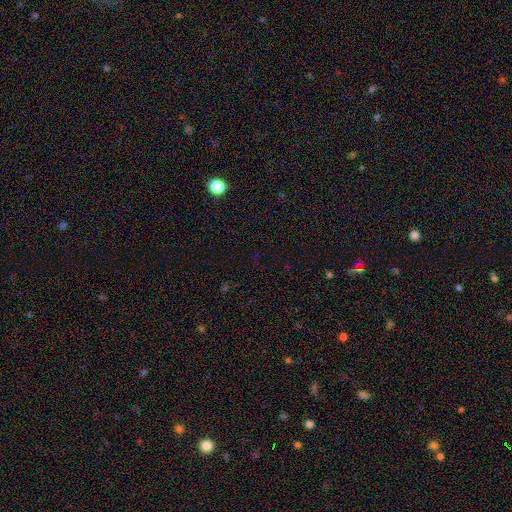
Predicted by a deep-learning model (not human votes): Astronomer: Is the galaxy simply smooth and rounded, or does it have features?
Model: star or artifact — 69%.